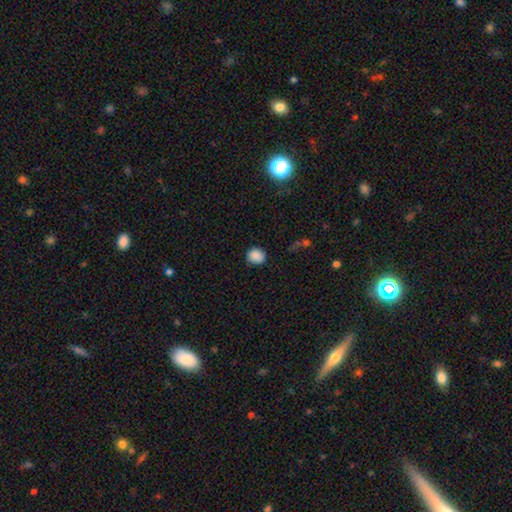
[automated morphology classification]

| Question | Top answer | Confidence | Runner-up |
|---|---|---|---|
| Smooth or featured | smooth | 87% | star or artifact (9%) |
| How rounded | round | 79% | in between (20%) |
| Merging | none | 79% | minor disturbance (16%) |